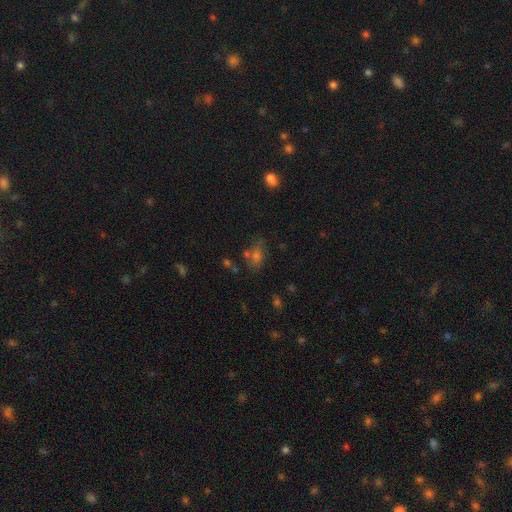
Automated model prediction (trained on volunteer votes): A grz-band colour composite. It shows a smooth galaxy with no disk features (60%) that is in between round and cigar-shaped (72%). Merging: none (54%).